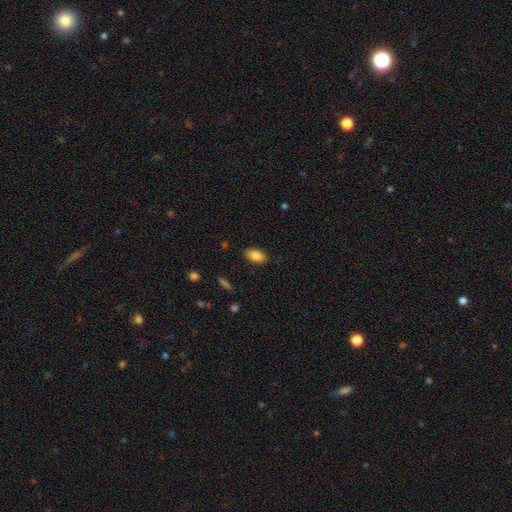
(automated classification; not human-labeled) smooth 84%, featured or disk 9%, star or artifact 8%. Down the decision tree: how rounded — in between (90%); merging — none (84%).